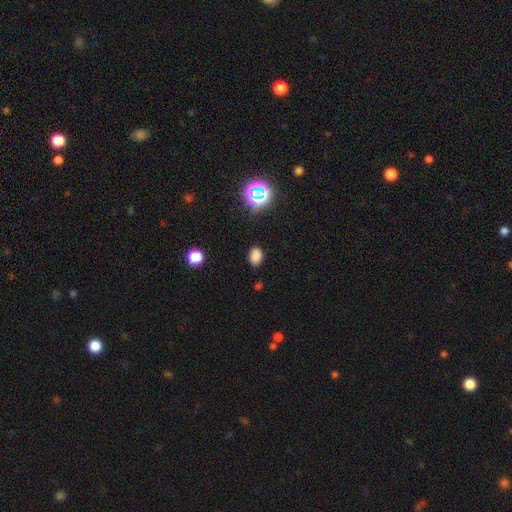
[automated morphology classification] Smooth or featured: smooth — 79% (star or artifact — 17%)
How rounded: in between — 77% (round — 22%)
Merging: none — 85% (minor disturbance — 10%)